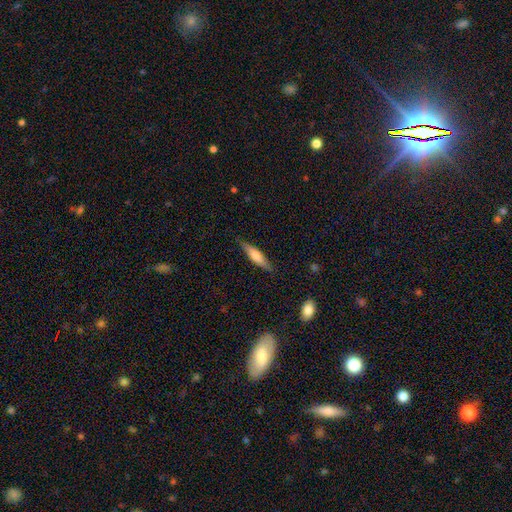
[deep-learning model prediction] A smooth galaxy with no disk features (60%) that is cigar-shaped (78%). Merging: none (85%).